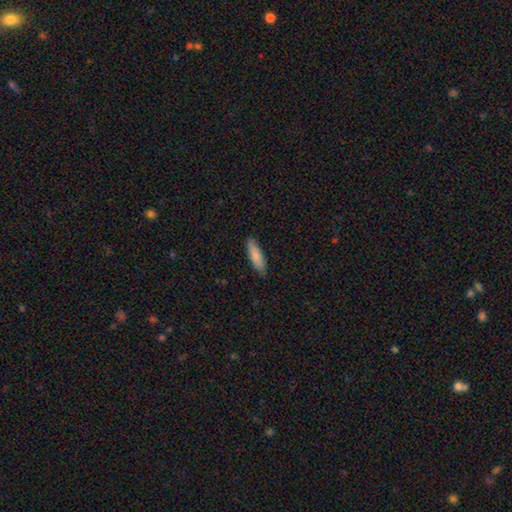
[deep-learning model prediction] smooth-or-featured: smooth: 86% | featured or disk: 9% | star or artifact: 6%
  how-rounded: cigar-shaped: 57% | in between: 41% | round: 1%
  merging: none: 85% | minor disturbance: 12% | major disturbance: 2% | merger: 1%